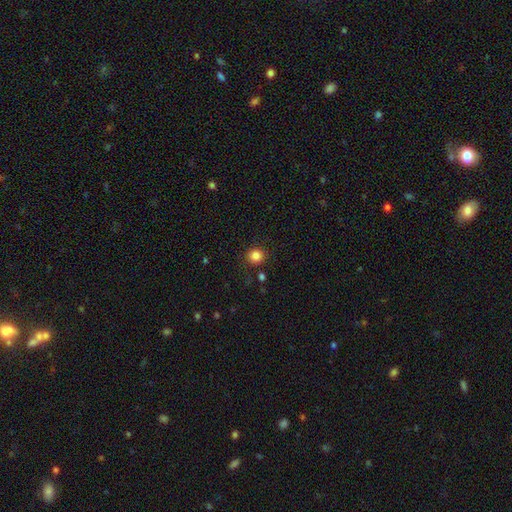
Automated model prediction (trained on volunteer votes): This appears to be a smooth galaxy with no disk features (84%) that is round (86%). Merging: none (87%).